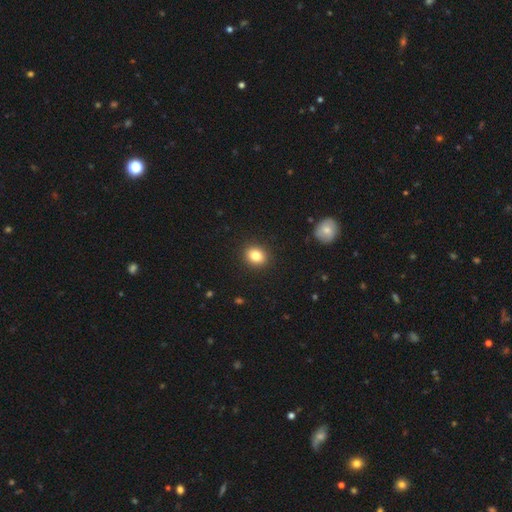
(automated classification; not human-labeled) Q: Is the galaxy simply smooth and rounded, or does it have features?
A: smooth — 84%.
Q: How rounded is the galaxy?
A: round — 64%.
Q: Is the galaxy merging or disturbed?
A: none — 91%.